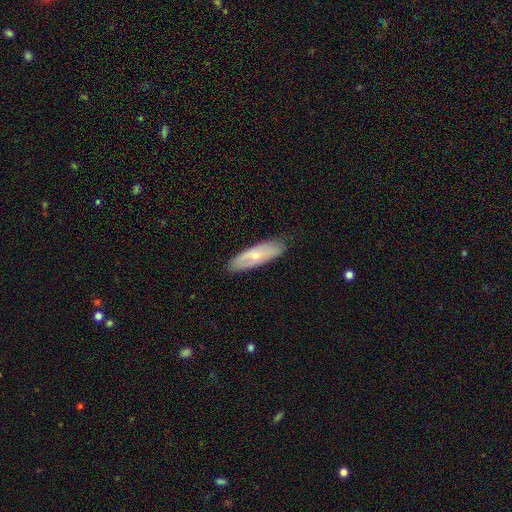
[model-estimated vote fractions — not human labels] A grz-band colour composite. It shows a smooth galaxy with no disk features (49%). Merging: none (84%).